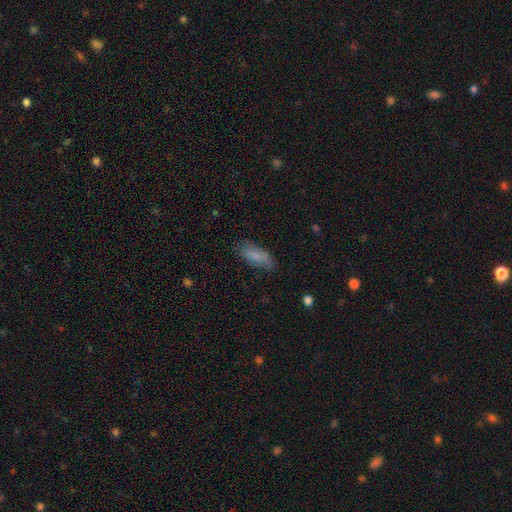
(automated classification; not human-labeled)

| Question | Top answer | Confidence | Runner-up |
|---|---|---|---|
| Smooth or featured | smooth | 78% | featured or disk (15%) |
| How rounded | in between | 77% | cigar-shaped (21%) |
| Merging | none | 70% | minor disturbance (22%) |